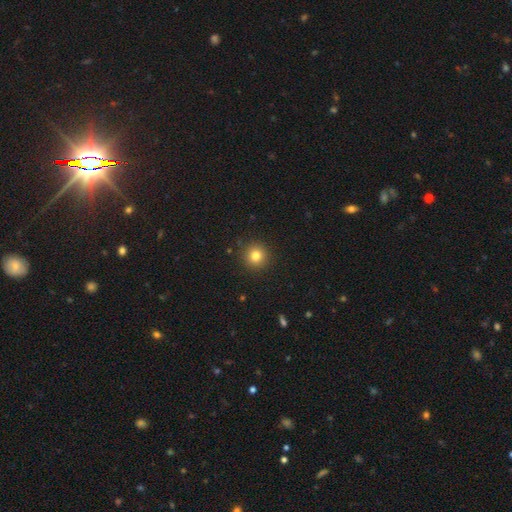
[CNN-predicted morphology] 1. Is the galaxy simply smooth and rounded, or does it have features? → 80% smooth, 12% star or artifact, 7% featured or disk.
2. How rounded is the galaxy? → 94% round, 5% in between, 1% cigar-shaped.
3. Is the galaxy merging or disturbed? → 91% none, 6% minor disturbance, 2% major disturbance, 1% merger.